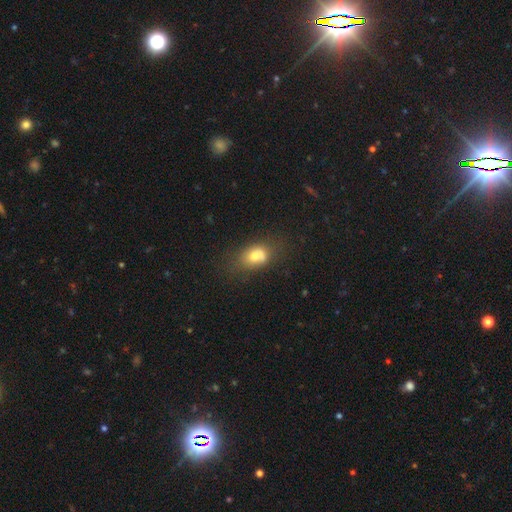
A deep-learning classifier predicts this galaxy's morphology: smooth 68%, featured or disk 21%, star or artifact 11%. Down the decision tree: how rounded — in between (69%); merging — none (40%).